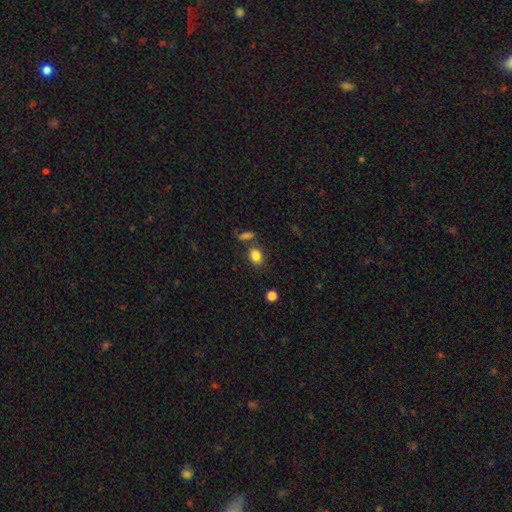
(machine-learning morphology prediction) Smooth or featured? Predicted: smooth (p=0.84). How rounded? Predicted: in between (p=0.59). Merging? Predicted: none (p=0.74).